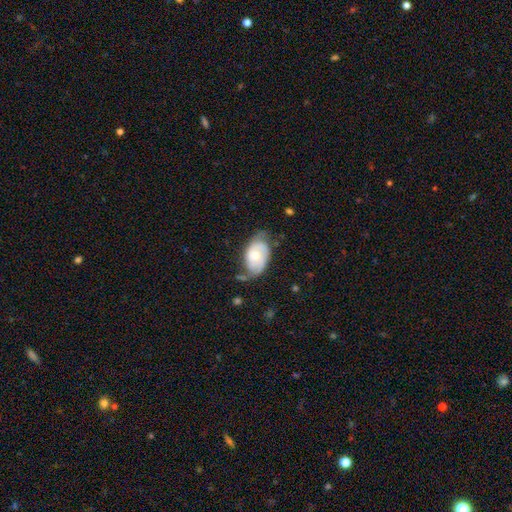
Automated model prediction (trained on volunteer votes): Morphology: type=featured or disk (64%); edge-on=no (95%); bar=no (67%); spiral arms=yes (87%); winding=medium (41%); arm count=2 (68%); bulge=moderate (57%); merging=none (49%).